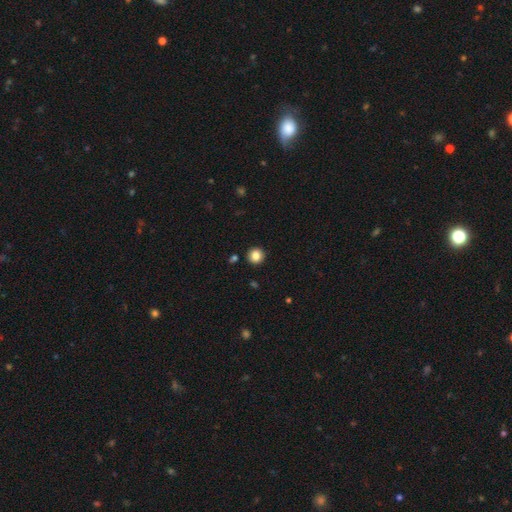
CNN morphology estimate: smooth_or_featured: smooth (p=0.85) [alt: star or artifact p=0.10]
how_rounded: round (p=0.94) [alt: in between p=0.05]
merging: none (p=0.92) [alt: minor disturbance p=0.05]